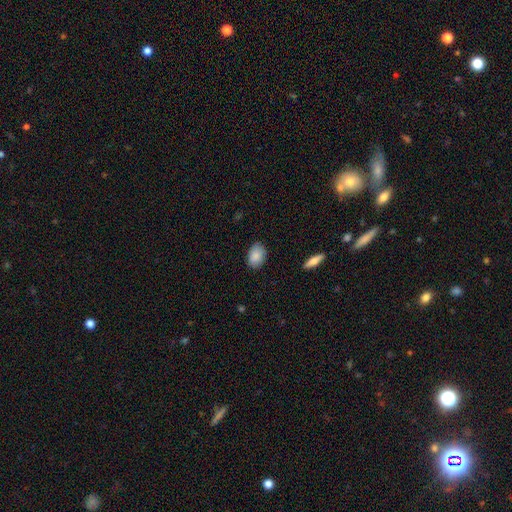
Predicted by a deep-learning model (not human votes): Smooth or featured?
  - smooth: 88% *
  - star or artifact: 7%
  - featured or disk: 5%
How rounded?
  - in between: 82% *
  - round: 17%
  - cigar-shaped: 1%
Merging?
  - none: 83% *
  - minor disturbance: 14%
  - major disturbance: 3%
  - merger: 1%